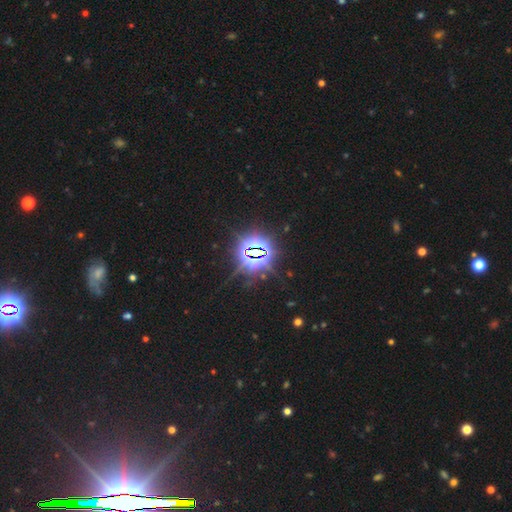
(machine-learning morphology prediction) type=star or artifact (84%).